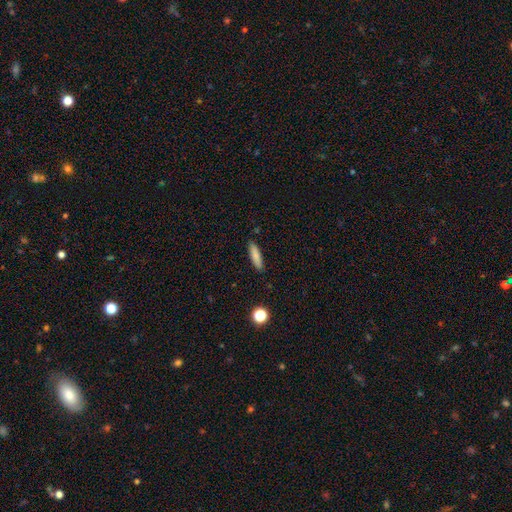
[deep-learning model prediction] Overall: smooth (80%). How rounded: cigar-shaped (75%). Merging: none (88%).